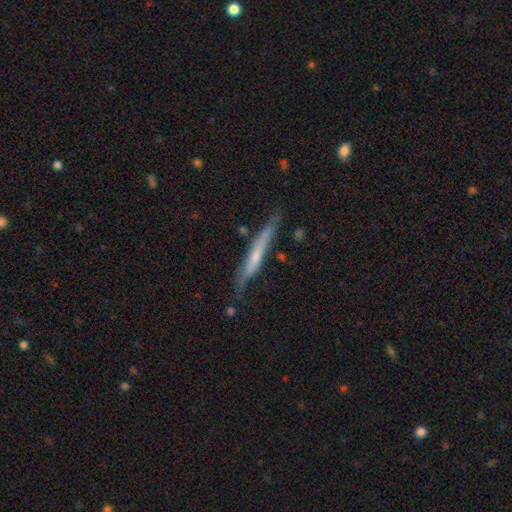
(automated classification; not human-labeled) A featured or disk galaxy (64%) viewed edge-on (95%) with no central bulge (46%, tied with rounded).

Vote fractions:
- Smooth or featured? featured or disk: 64% / smooth: 28% / star or artifact: 8%
- Edge-on disk? yes: 95% / no: 5%
- Edge-on bulge? none: 46% (tied) / rounded: 46% (tied) / boxy: 8%
- Merging? none: 82% / minor disturbance: 14% / major disturbance: 2% / merger: 2%